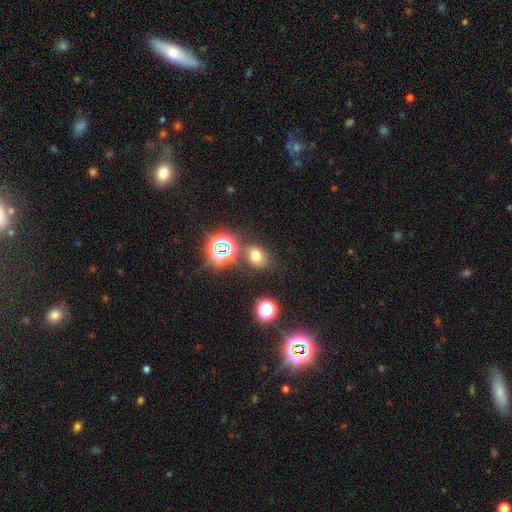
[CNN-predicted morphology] Smooth or featured?
  - smooth: 64% *
  - star or artifact: 27%
  - featured or disk: 9%
How rounded?
  - in between: 58% *
  - round: 41%
  - cigar-shaped: 1%
Merging?
  - none: 73% *
  - minor disturbance: 13%
  - merger: 10%
  - major disturbance: 5%